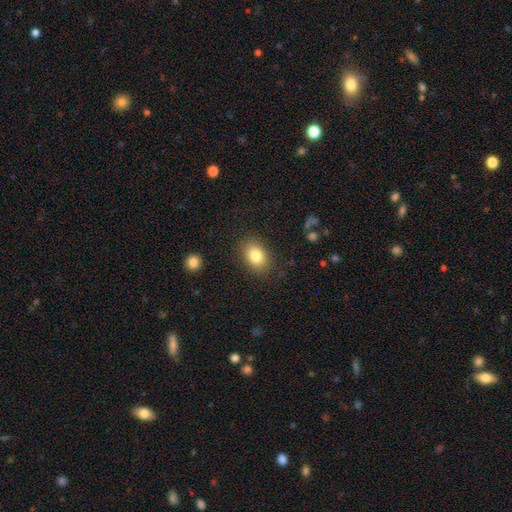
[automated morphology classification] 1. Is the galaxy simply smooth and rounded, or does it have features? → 82% smooth, 9% star or artifact, 9% featured or disk.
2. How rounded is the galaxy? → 68% in between, 31% round, 1% cigar-shaped.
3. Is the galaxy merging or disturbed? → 86% none, 10% minor disturbance, 3% major disturbance, 1% merger.